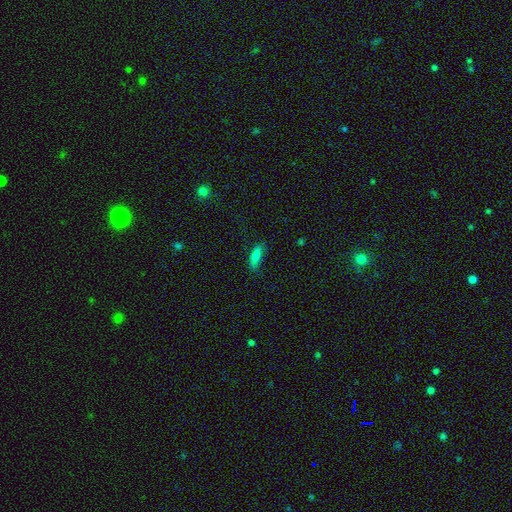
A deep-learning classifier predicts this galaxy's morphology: smooth_or_featured: smooth (p=0.80) [alt: featured or disk p=0.11]
how_rounded: in between (p=0.53) [alt: cigar-shaped p=0.44]
merging: none (p=0.75) [alt: minor disturbance p=0.19]